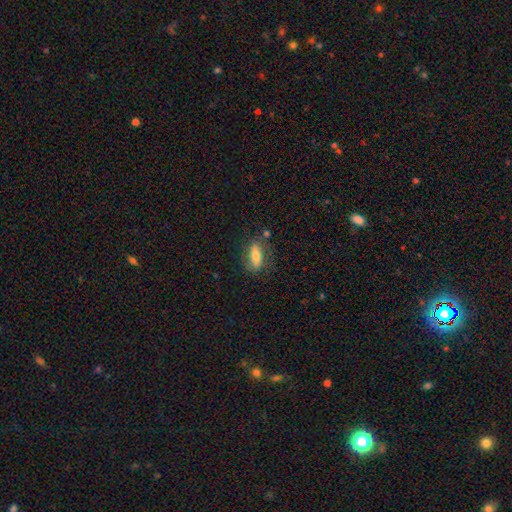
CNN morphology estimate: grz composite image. It shows a smooth galaxy with no disk features (61%) that is in between round and cigar-shaped (66%). Merging: none (72%).